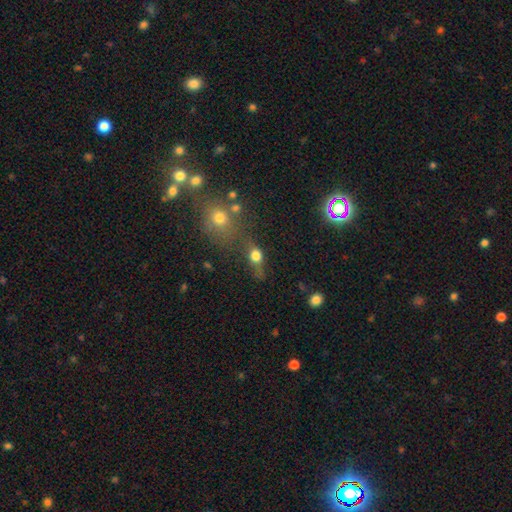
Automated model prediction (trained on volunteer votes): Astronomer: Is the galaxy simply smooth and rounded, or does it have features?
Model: smooth — 69%.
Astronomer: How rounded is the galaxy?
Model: round — 55% (runner-up: in between, 38%).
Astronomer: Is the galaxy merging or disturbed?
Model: none — 45% (runner-up: merger, 20%).